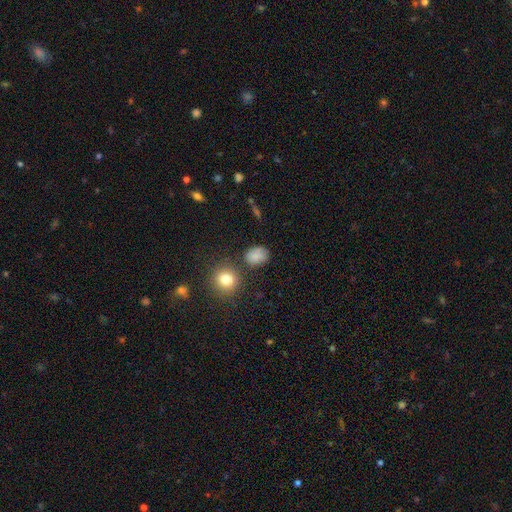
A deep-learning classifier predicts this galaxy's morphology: A smooth galaxy with no disk features (81%) that is in between round and cigar-shaped (58%).

Vote fractions:
- Smooth or featured? smooth: 81% / star or artifact: 12% / featured or disk: 7%
- How rounded? in between: 58% / round: 40% / cigar-shaped: 1%
- Merging? none: 73% / minor disturbance: 17% / major disturbance: 5% / merger: 5%